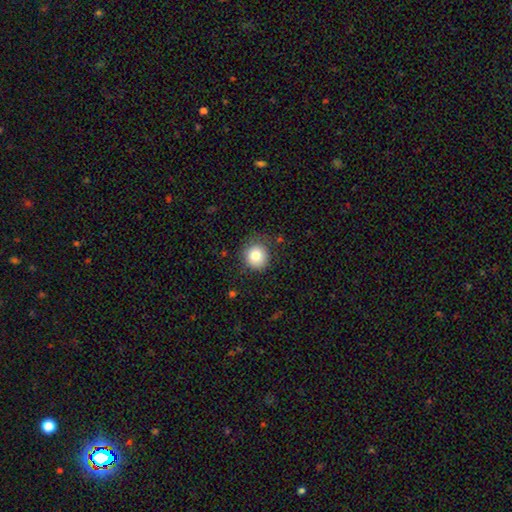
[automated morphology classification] smooth 81%, star or artifact 10%, featured or disk 8%. Down the decision tree: how rounded — round (91%); merging — none (78%).